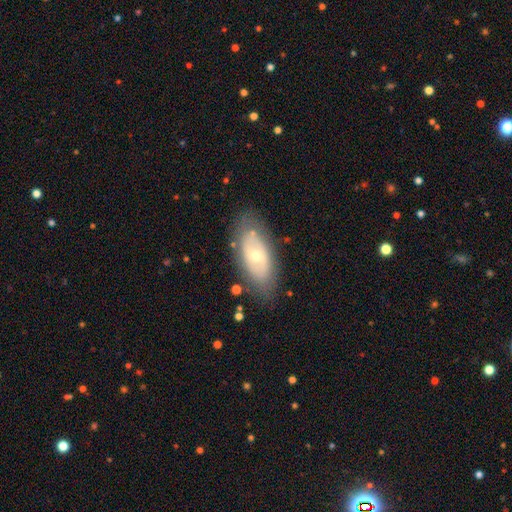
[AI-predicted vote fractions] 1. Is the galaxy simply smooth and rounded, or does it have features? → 58% featured or disk, 35% smooth, 7% star or artifact.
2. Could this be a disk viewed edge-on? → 87% no, 13% yes.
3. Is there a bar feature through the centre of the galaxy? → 55% no, 33% weak, 12% strong.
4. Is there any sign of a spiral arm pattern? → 54% no, 46% yes.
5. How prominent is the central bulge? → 52% small, 44% moderate, 2% large, 1% none, 1% dominant.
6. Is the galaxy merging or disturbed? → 78% none, 15% minor disturbance, 5% major disturbance, 2% merger.